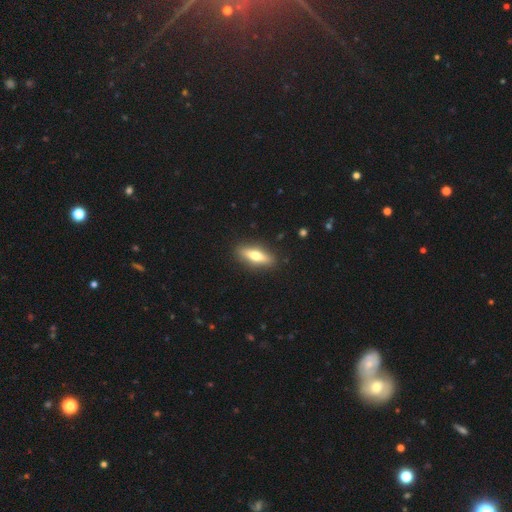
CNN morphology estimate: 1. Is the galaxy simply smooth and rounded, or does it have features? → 58% smooth, 36% featured or disk, 6% star or artifact.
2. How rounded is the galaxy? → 54% cigar-shaped, 44% in between, 3% round.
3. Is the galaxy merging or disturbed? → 89% none, 8% minor disturbance, 2% major disturbance, 1% merger.